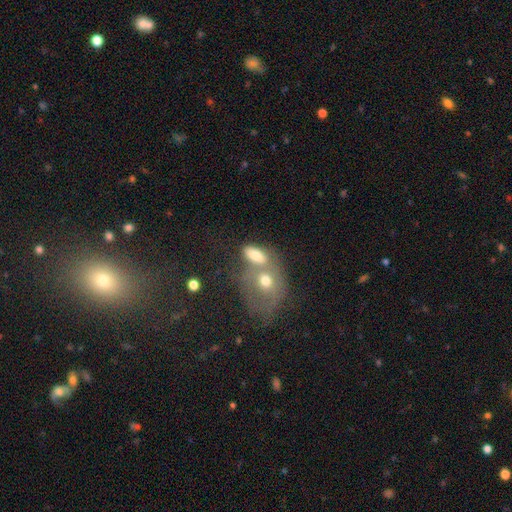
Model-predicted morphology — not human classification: A smooth galaxy with no disk features (68%) that is in between round and cigar-shaped (80%). Merging: merger (57%).